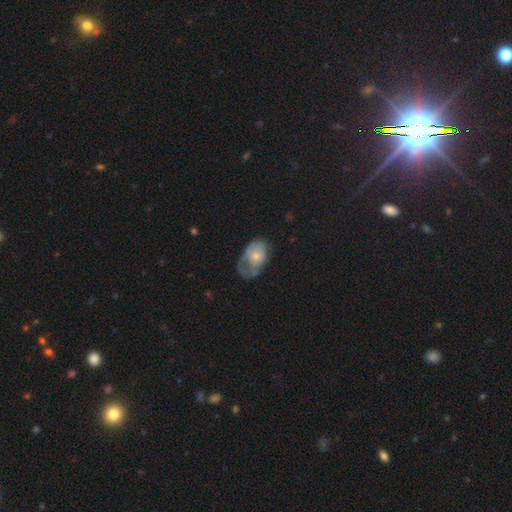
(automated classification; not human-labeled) A smooth galaxy with no disk features (49%).

Vote fractions:
- Smooth or featured? smooth: 49% / featured or disk: 43% / star or artifact: 7%
- Merging? major disturbance: 34% / minor disturbance: 32% / none: 31% / merger: 3%